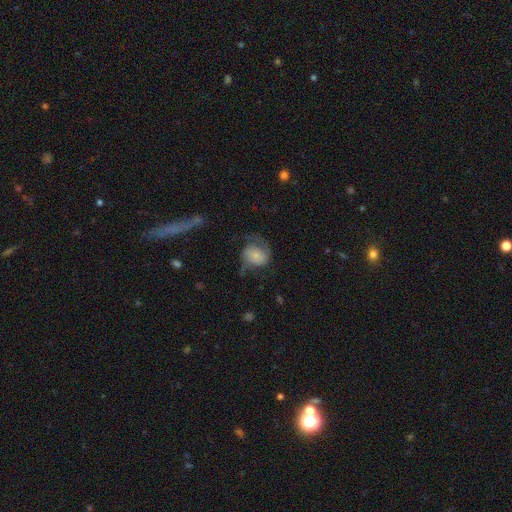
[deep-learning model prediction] featured or disk 57%, smooth 35%, star or artifact 8%. Down the decision tree: edge-on disk — no (97%); bar — no (72%); spiral arms — yes (86%); bulge size — small (57%); merging — none (48%).